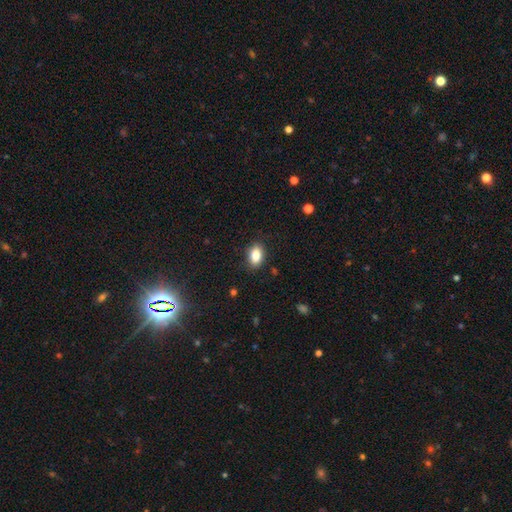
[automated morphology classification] smooth_or_featured: smooth (p=0.85) [alt: star or artifact p=0.08]
how_rounded: in between (p=0.86) [alt: round p=0.12]
merging: none (p=0.86) [alt: minor disturbance p=0.11]